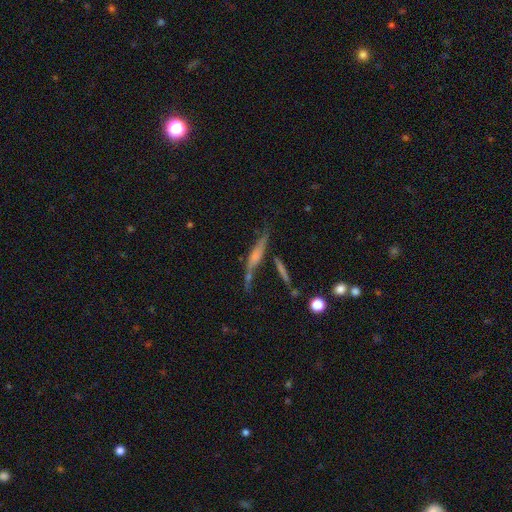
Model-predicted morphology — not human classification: Smooth or featured? featured or disk (58%)
Edge-on disk? yes (82%)
Merging? none (52%)